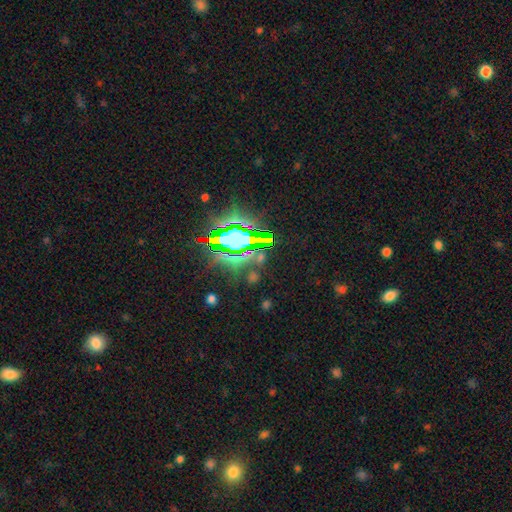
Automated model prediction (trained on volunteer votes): smooth-or-featured: star or artifact: 82% | smooth: 10% | featured or disk: 9%